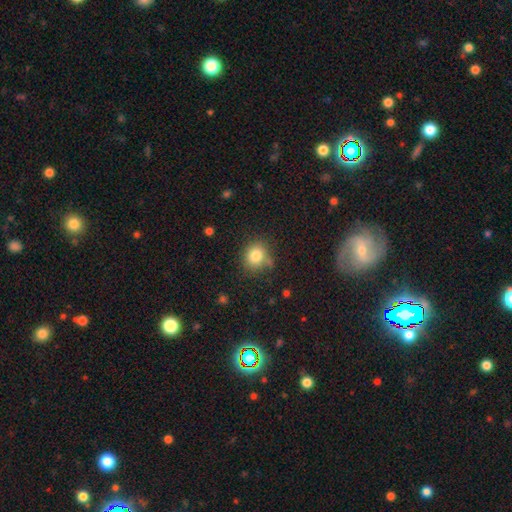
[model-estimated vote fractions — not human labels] This appears to be a smooth galaxy with no disk features (82%) that is round (73%). Merging: none (75%).